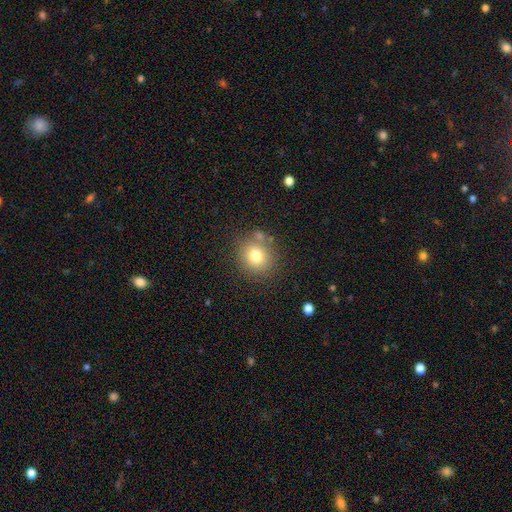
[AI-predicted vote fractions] smooth_or_featured: smooth (p=0.76) [alt: star or artifact p=0.13]
how_rounded: round (p=0.83) [alt: in between p=0.16]
merging: none (p=0.77) [alt: minor disturbance p=0.11]